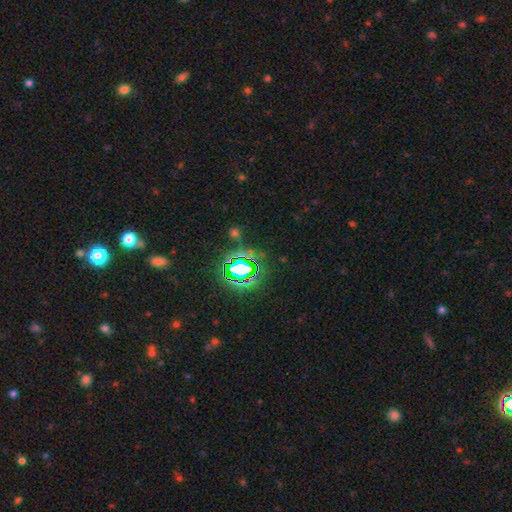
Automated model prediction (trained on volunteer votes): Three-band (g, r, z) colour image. It shows a star or artifact, not a galaxy (72%).